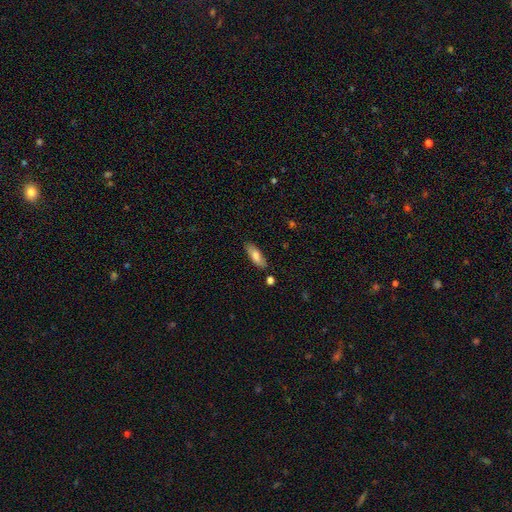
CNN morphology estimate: type=smooth (78%); roundness=in between (66%); merging=none (83%).